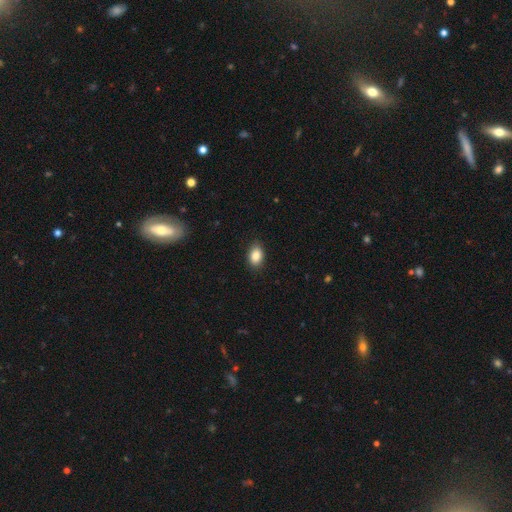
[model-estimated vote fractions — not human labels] A smooth galaxy with no disk features (87%) that is in between round and cigar-shaped (86%). Merging: none (87%).